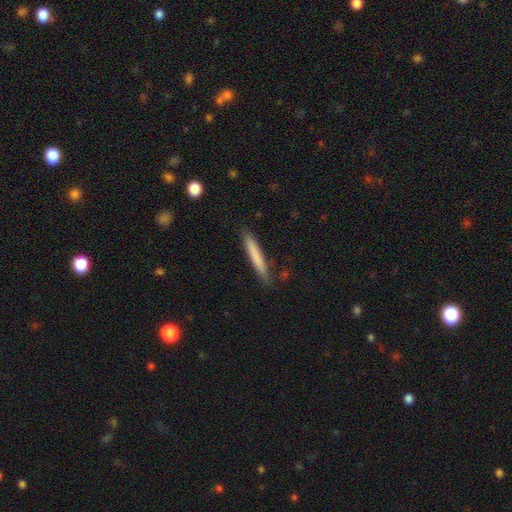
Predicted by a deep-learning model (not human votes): smooth_or_featured: smooth (p=0.76) [alt: featured or disk p=0.18]
how_rounded: cigar-shaped (p=0.95) [alt: in between p=0.04]
merging: none (p=0.85) [alt: minor disturbance p=0.12]